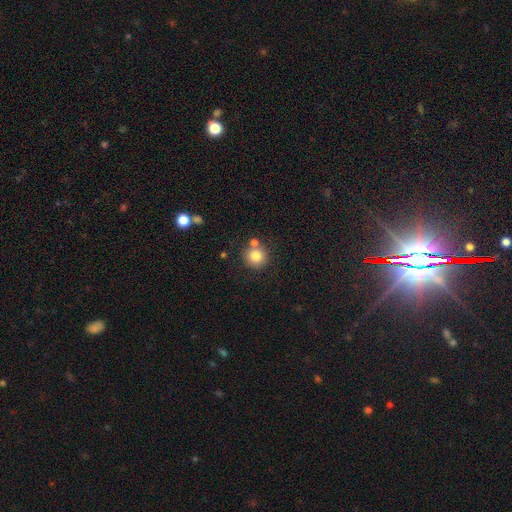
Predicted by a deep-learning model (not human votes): The model was most divided on "merging": none: 71%, merger: 17%, minor disturbance: 9%, major disturbance: 3%. More confident: how rounded — round (93%); smooth or featured — smooth (81%).